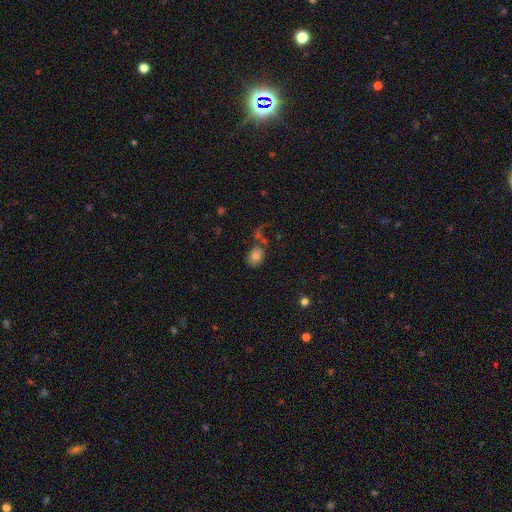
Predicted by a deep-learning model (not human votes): This appears to be a smooth galaxy with no disk features (77%) that is in between round and cigar-shaped (53%). Merging: none (60%).